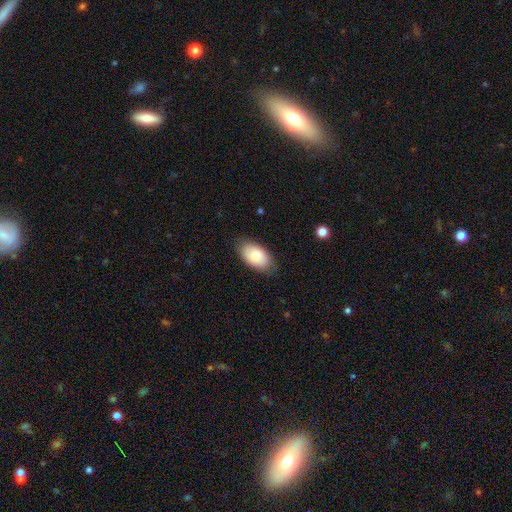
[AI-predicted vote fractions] Smooth or featured? smooth (84%)
How rounded? in between (95%)
Merging? none (83%)